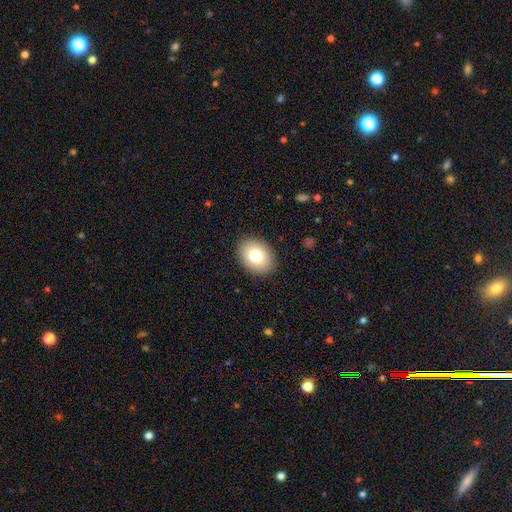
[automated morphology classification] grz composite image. It shows a smooth galaxy with no disk features (79%) that is in between round and cigar-shaped (71%). Merging: none (89%).